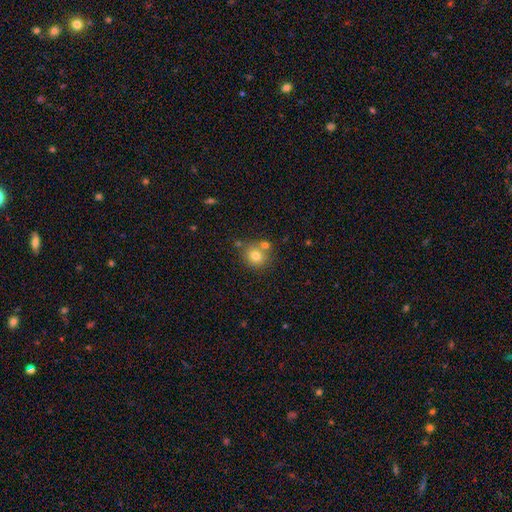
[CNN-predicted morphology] This is likely a smooth galaxy (79%). How rounded: clearly round (84%). Merging: likely none (65%).